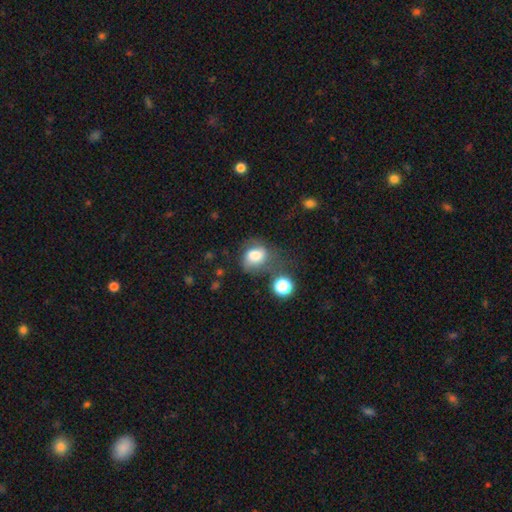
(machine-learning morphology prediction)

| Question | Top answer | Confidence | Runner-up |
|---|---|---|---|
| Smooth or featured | smooth | 74% | featured or disk (16%) |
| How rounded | in between | 54% | round (45%) |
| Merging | none | 36% | minor disturbance (27%) |